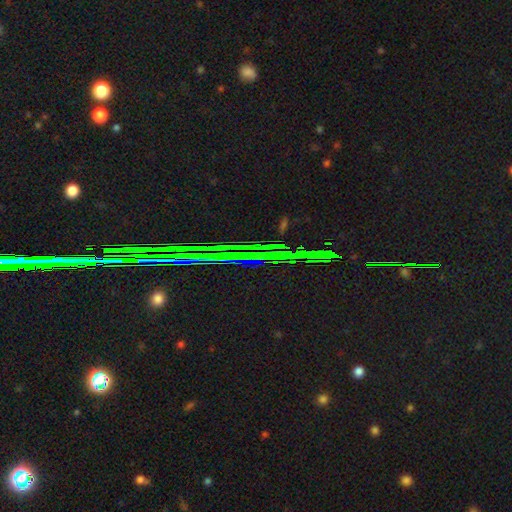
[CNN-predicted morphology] type=star or artifact (82%).